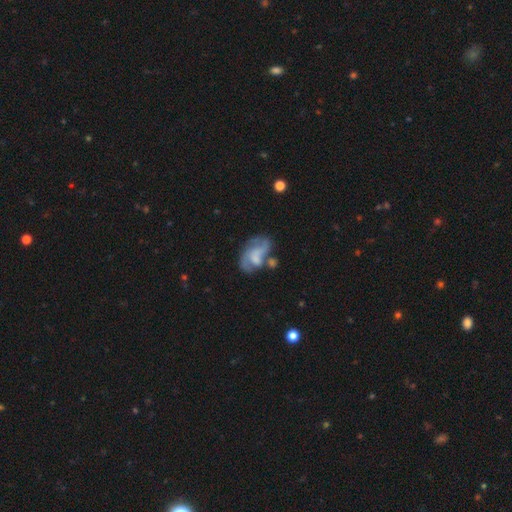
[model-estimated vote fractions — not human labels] Q: Smooth or featured?
A: featured or disk (60%); runner-up: smooth (32%)
Q: Edge-on disk?
A: no (97%); runner-up: yes (3%)
Q: Bar?
A: no (61%); runner-up: weak (32%)
Q: Spiral arms?
A: yes (73%); runner-up: no (27%)
Q: Bulge size?
A: none (40%); runner-up: moderate (23%)
Q: Merging?
A: none (36%); runner-up: minor disturbance (23%)